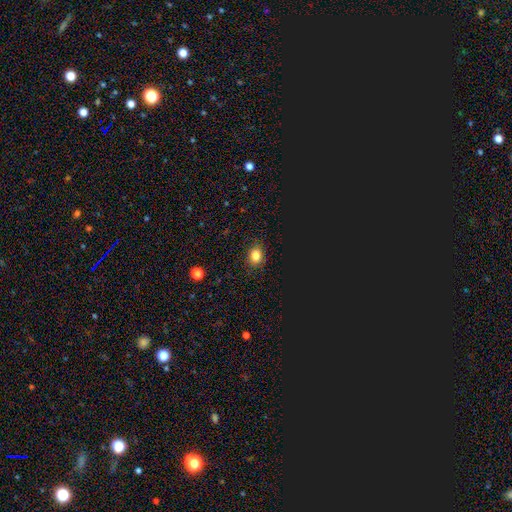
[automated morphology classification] Smooth or featured?
  - smooth: 78% *
  - star or artifact: 17%
  - featured or disk: 5%
How rounded?
  - round: 56% *
  - in between: 42%
  - cigar-shaped: 1%
Merging?
  - none: 85% *
  - minor disturbance: 11%
  - major disturbance: 3%
  - merger: 1%